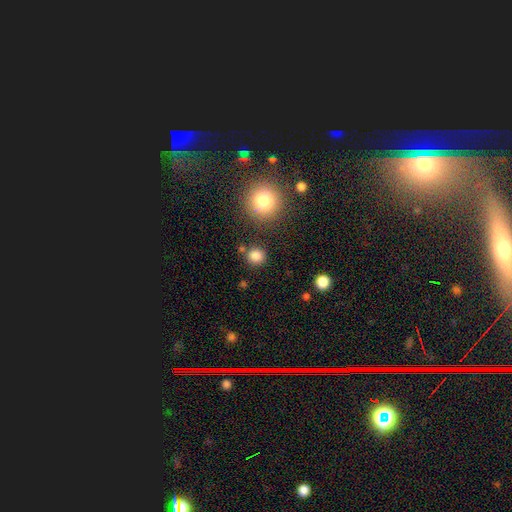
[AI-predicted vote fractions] Smooth or featured?
  - smooth: 83% *
  - star or artifact: 13%
  - featured or disk: 4%
How rounded?
  - round: 89% *
  - in between: 10%
  - cigar-shaped: 1%
Merging?
  - none: 83% *
  - minor disturbance: 8%
  - merger: 6%
  - major disturbance: 3%